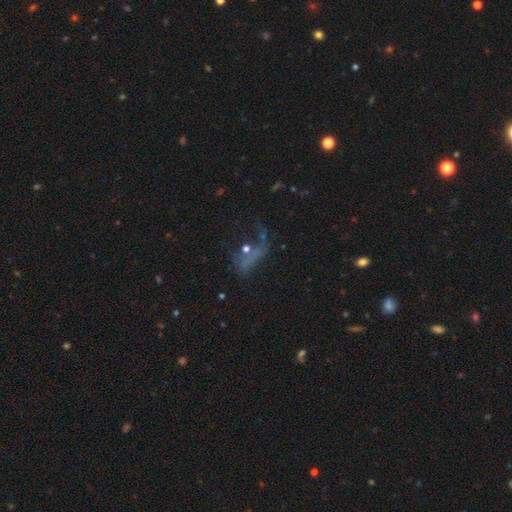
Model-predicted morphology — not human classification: featured or disk 44%, star or artifact 30%, smooth 26%. Down the decision tree: merging — major disturbance (40%).